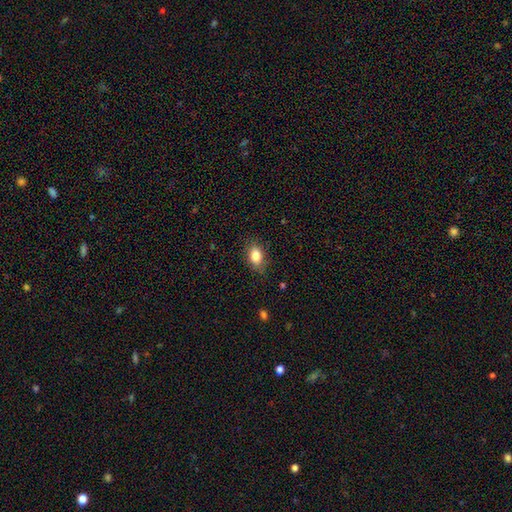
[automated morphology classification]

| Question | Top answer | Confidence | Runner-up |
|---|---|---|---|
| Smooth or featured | smooth | 84% | star or artifact (8%) |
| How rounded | in between | 84% | round (14%) |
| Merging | none | 81% | minor disturbance (15%) |